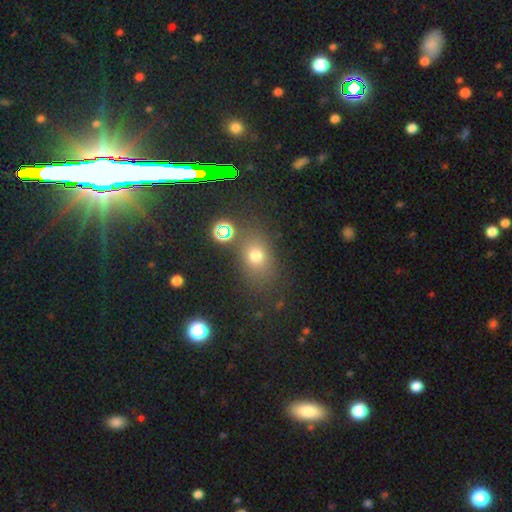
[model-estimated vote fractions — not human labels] A smooth galaxy with no disk features (68%) that is in between round and cigar-shaped (52%). Merging: none (74%).